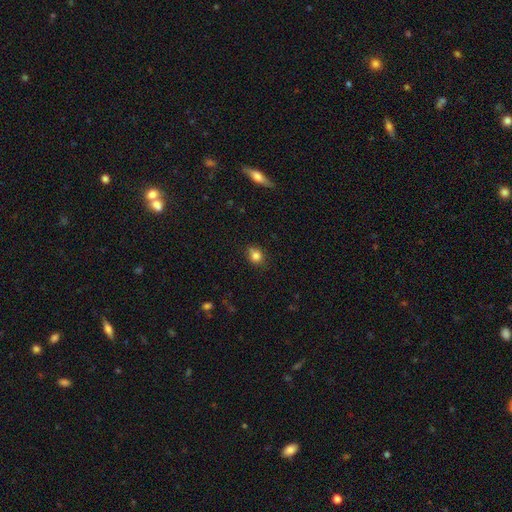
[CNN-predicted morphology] A smooth galaxy with no disk features (83%) that is round (65%).

Vote fractions:
- Smooth or featured? smooth: 83% / star or artifact: 11% / featured or disk: 6%
- How rounded? round: 65% / in between: 34% / cigar-shaped: 1%
- Merging? none: 76% / minor disturbance: 18% / major disturbance: 3% / merger: 2%